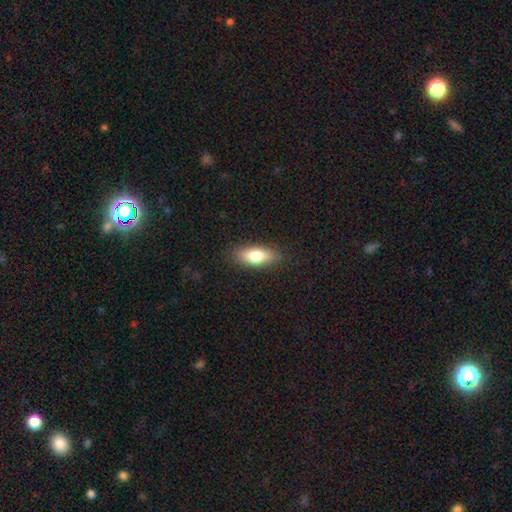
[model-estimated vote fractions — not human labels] Q: Smooth or featured?
A: smooth (77%); runner-up: featured or disk (16%)
Q: How rounded?
A: in between (76%); runner-up: cigar-shaped (21%)
Q: Merging?
A: none (86%); runner-up: minor disturbance (11%)